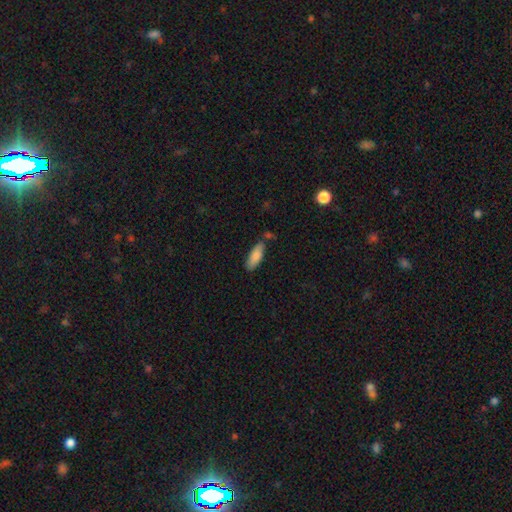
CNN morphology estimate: Q: Smooth or featured?
A: smooth (85%); runner-up: featured or disk (9%)
Q: How rounded?
A: in between (64%); runner-up: cigar-shaped (34%)
Q: Merging?
A: none (70%); runner-up: minor disturbance (17%)